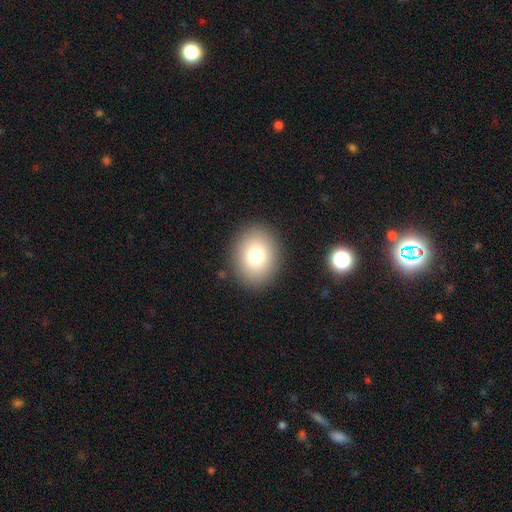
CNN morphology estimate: This appears to be a smooth galaxy with no disk features (77%) that is round (55%). Merging: none (89%).